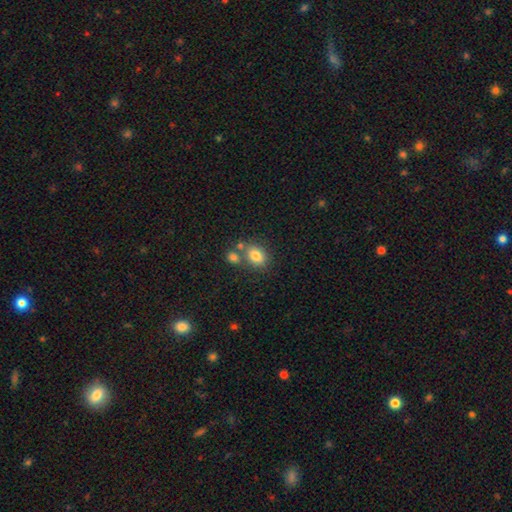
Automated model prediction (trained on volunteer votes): This appears to be a smooth galaxy with no disk features (80%) that is in between round and cigar-shaped (65%). Merging: none (58%).